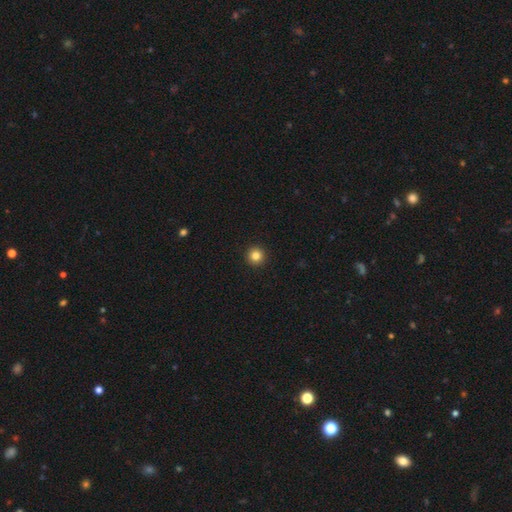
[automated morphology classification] The model was most divided on "smooth or featured": smooth: 84%, star or artifact: 11%, featured or disk: 5%. More confident: how rounded — round (96%); merging — none (94%).